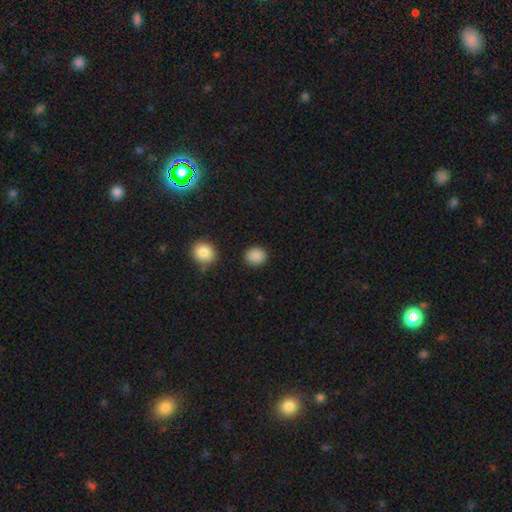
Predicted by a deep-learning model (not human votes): Morphology: type=smooth (88%); roundness=round (70%); merging=none (87%).